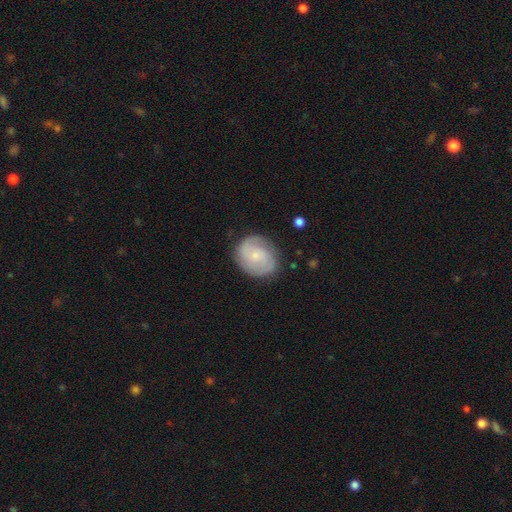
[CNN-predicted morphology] Smooth or featured: featured or disk — 71% (smooth — 23%)
Edge-on disk: no — 98% (yes — 2%)
Bar: no — 66% (weak — 30%)
Spiral arms: yes — 94% (no — 6%)
Spiral winding: medium — 44% (tight — 42%)
Spiral arm count: 2 — 73% (can't tell — 13%)
Bulge size: small — 72% (moderate — 21%)
Merging: none — 80% (minor disturbance — 15%)